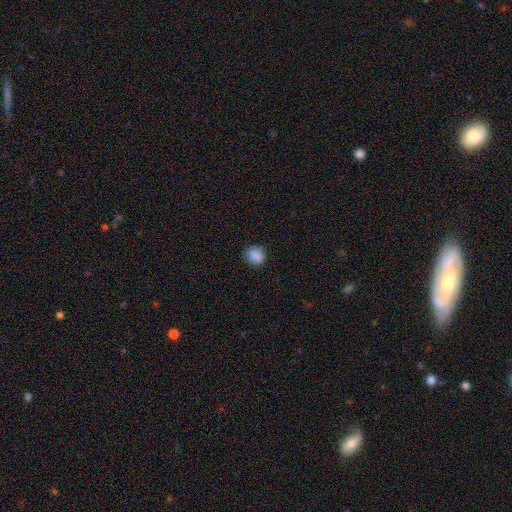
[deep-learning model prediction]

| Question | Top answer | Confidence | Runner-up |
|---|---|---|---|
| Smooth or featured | smooth | 84% | star or artifact (9%) |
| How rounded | round | 66% | in between (33%) |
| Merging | none | 80% | minor disturbance (16%) |